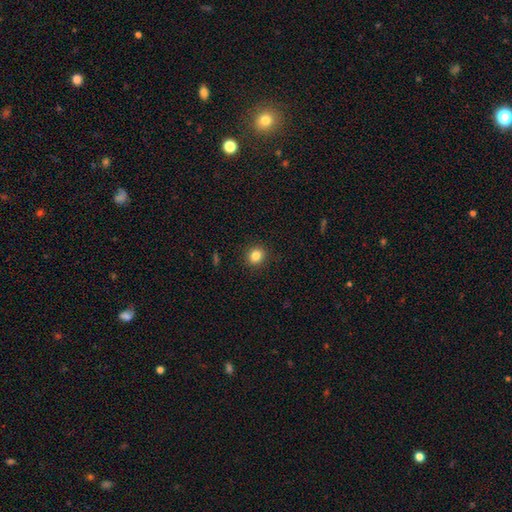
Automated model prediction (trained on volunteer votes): smooth_or_featured: smooth (p=0.84) [alt: star or artifact p=0.11]
how_rounded: round (p=0.82) [alt: in between p=0.17]
merging: none (p=0.91) [alt: minor disturbance p=0.06]